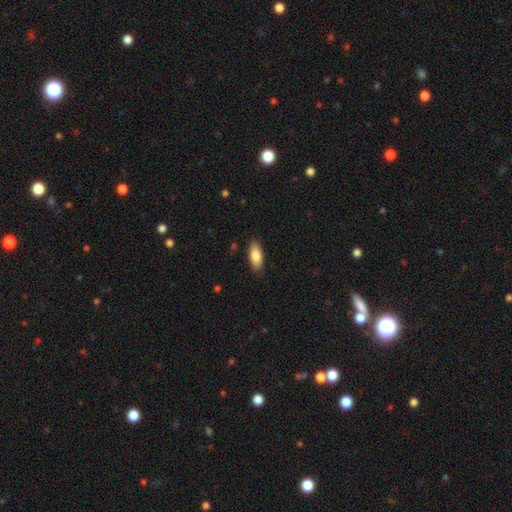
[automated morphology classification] Smooth or featured? Predicted: smooth (p=0.84). How rounded? Predicted: in between (p=0.80). Merging? Predicted: none (p=0.85).